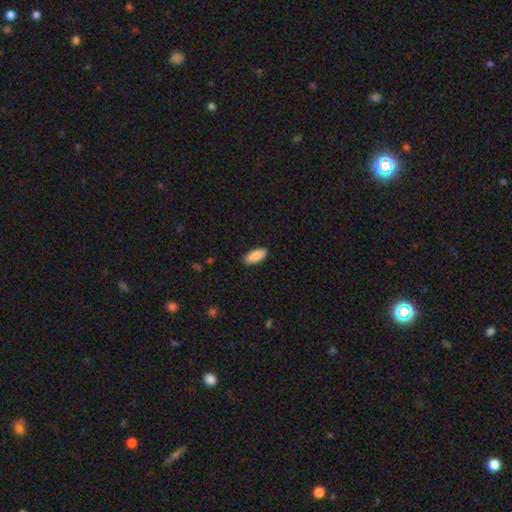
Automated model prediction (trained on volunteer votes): Q: Smooth or featured?
A: smooth (89%); runner-up: star or artifact (6%)
Q: How rounded?
A: in between (85%); runner-up: cigar-shaped (13%)
Q: Merging?
A: none (87%); runner-up: minor disturbance (10%)